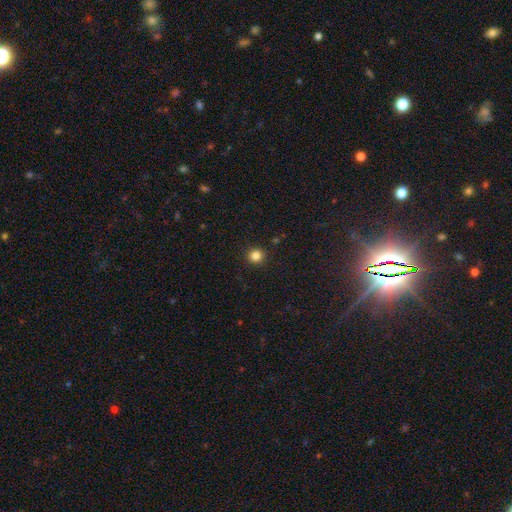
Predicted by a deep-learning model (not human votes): Smooth or featured? Predicted: smooth (p=0.83). How rounded? Predicted: round (p=0.94). Merging? Predicted: none (p=0.92).